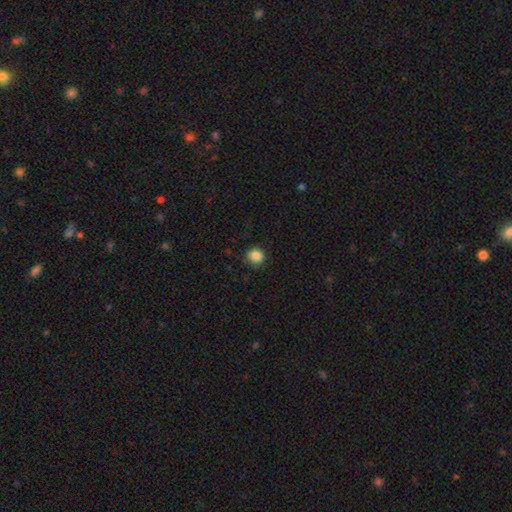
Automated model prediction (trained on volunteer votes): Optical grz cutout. It shows a smooth galaxy with no disk features (86%) that is round (88%). Merging: none (84%).